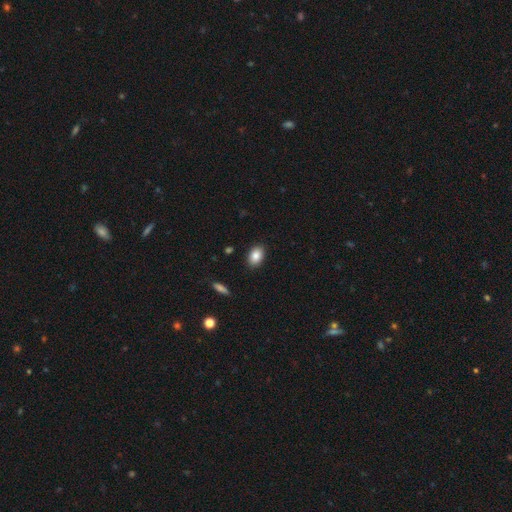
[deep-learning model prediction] Q: Smooth or featured?
A: smooth (86%); runner-up: star or artifact (8%)
Q: How rounded?
A: in between (84%); runner-up: round (15%)
Q: Merging?
A: none (88%); runner-up: minor disturbance (9%)